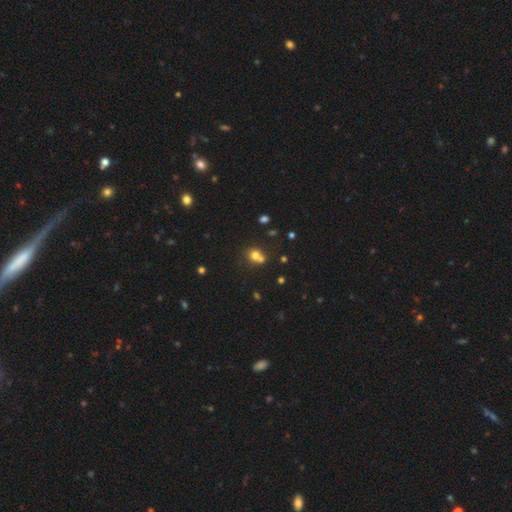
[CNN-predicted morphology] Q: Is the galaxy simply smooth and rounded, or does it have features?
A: smooth — 71%.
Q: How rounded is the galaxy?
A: round — 73%.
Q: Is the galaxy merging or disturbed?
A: merger — 47%.